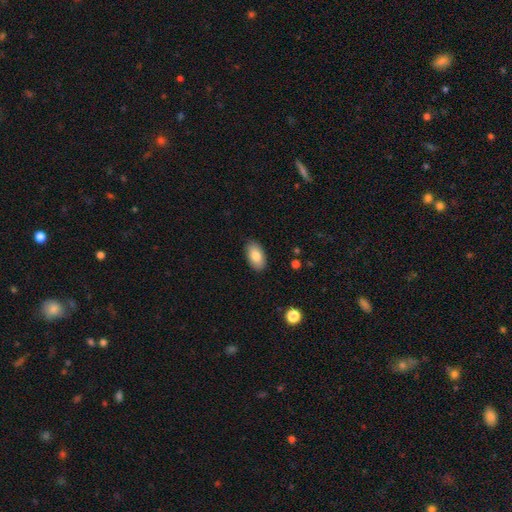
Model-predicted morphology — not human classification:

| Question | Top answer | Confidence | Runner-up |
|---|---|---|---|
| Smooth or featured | smooth | 84% | featured or disk (9%) |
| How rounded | in between | 94% | round (3%) |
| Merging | none | 88% | minor disturbance (9%) |